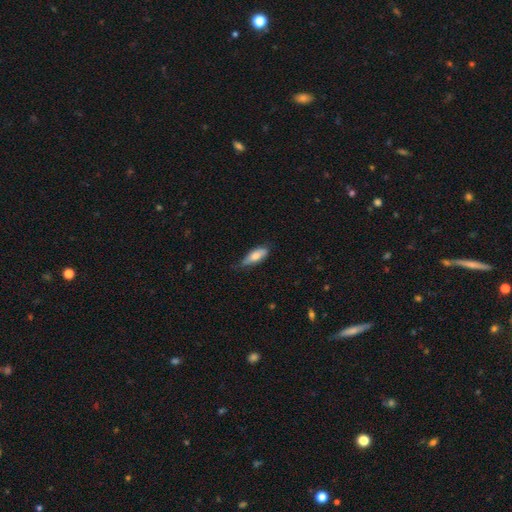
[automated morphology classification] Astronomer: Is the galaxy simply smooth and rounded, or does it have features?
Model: smooth — 74%.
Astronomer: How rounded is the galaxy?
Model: in between — 70%.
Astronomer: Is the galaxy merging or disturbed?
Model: none — 62%.